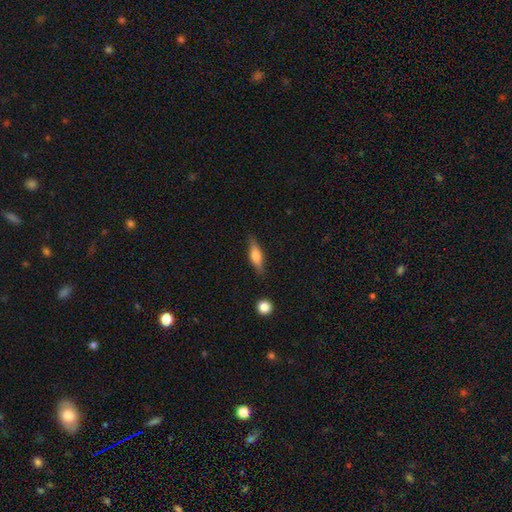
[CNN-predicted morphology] Smooth or featured? Predicted: smooth (p=0.54). How rounded? Predicted: cigar-shaped (p=0.55). Merging? Predicted: none (p=0.81).